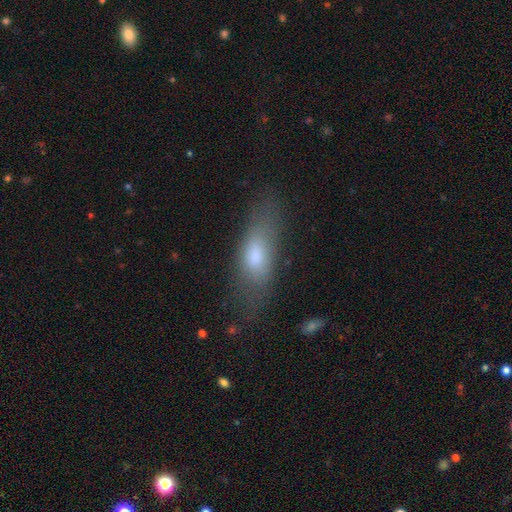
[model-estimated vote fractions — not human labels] The model was most divided on "how rounded": in between: 64%, cigar-shaped: 32%, round: 3%. More confident: smooth or featured — smooth (71%); merging — none (65%).